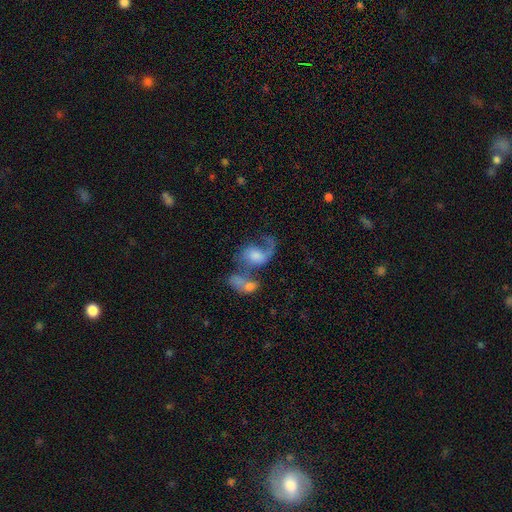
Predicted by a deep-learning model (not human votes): Morphology: type=featured or disk (71%); edge-on=no (97%); bar=no (60%); spiral arms=yes (88%); winding=loose (62%); arm count=2 (51%); bulge=moderate (40%); merging=merger (44%).